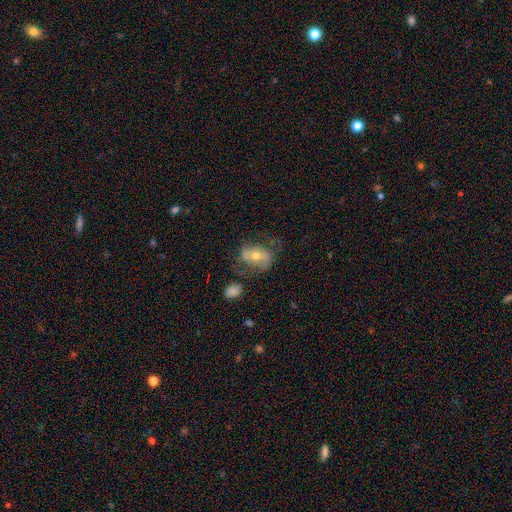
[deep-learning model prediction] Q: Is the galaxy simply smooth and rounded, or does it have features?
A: featured or disk — 53%.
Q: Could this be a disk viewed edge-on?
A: no — 94%.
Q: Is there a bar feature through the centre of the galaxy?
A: no — 37%.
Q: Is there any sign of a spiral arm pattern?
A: yes — 71%.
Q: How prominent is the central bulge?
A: moderate — 62%.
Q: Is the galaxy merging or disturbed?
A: none — 55%.